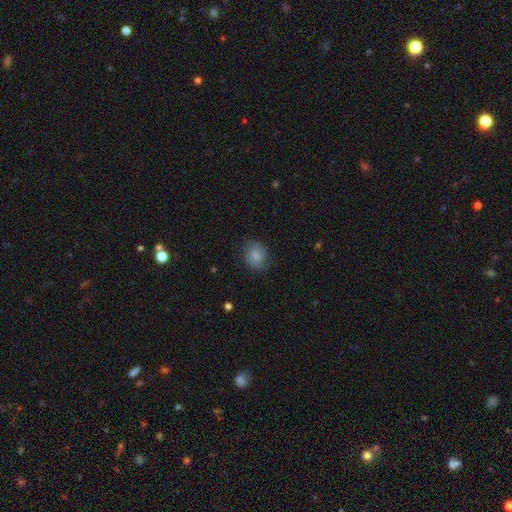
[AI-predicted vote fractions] Smooth or featured? Predicted: smooth (p=0.79). How rounded? Predicted: round (p=0.61). Merging? Predicted: none (p=0.73).